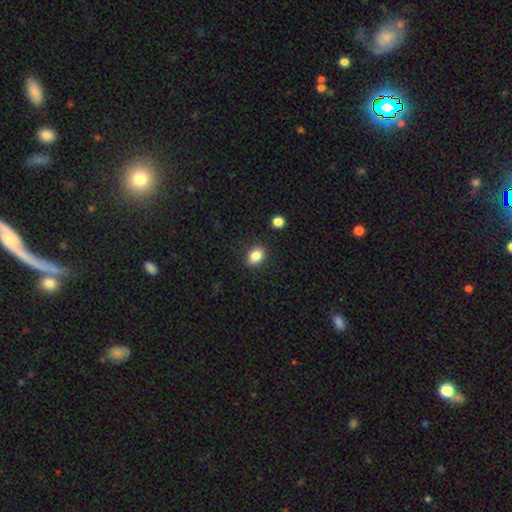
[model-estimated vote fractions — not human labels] Q: Smooth or featured?
A: smooth (84%); runner-up: star or artifact (9%)
Q: How rounded?
A: in between (78%); runner-up: round (21%)
Q: Merging?
A: none (87%); runner-up: minor disturbance (9%)